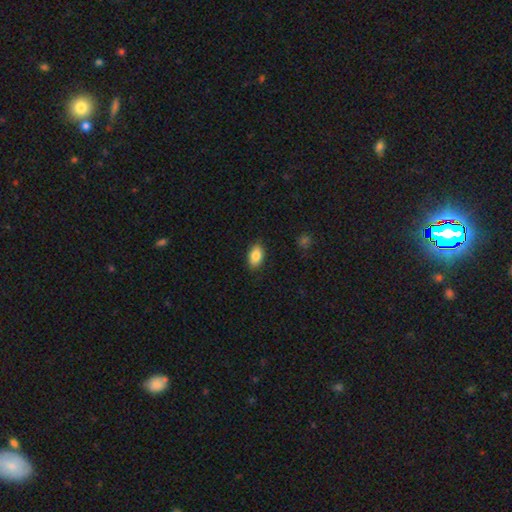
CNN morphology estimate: This appears to be a smooth galaxy with no disk features (86%) that is in between round and cigar-shaped (90%). Merging: none (86%).